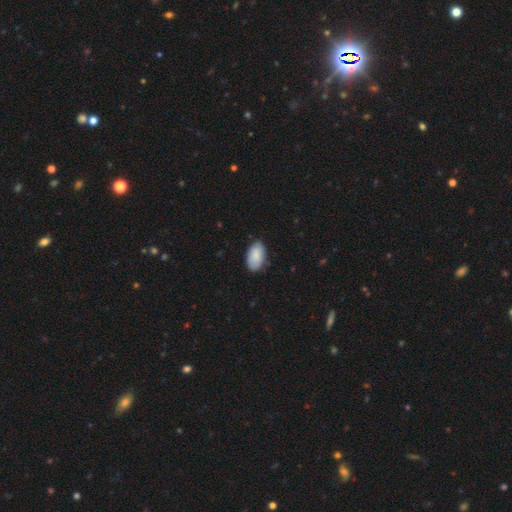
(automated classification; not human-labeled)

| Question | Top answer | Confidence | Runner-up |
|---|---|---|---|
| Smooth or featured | smooth | 87% | featured or disk (8%) |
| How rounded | in between | 95% | round (4%) |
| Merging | none | 78% | minor disturbance (18%) |